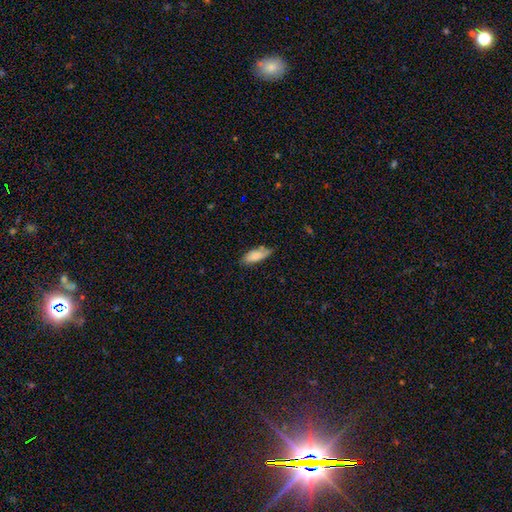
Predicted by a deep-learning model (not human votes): Smooth or featured? smooth (80%)
How rounded? in between (75%)
Merging? none (64%)